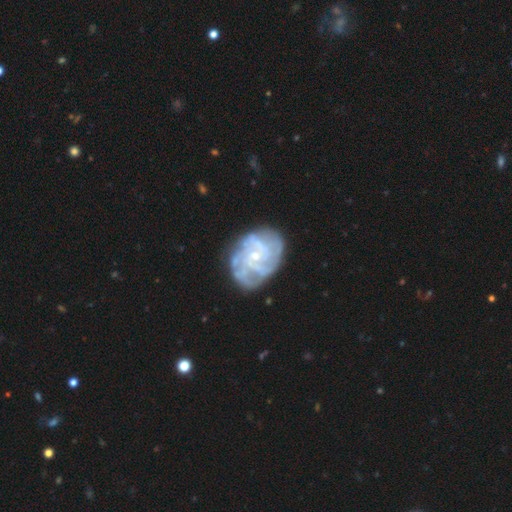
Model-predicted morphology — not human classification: Smooth or featured? featured or disk (82%)
Edge-on disk? no (98%)
Bar? no (62%)
Spiral arms? yes (91%)
Spiral winding? tight (54%)
Spiral arm count? can't tell (34%)
Bulge size? small (73%)
Merging? none (72%)